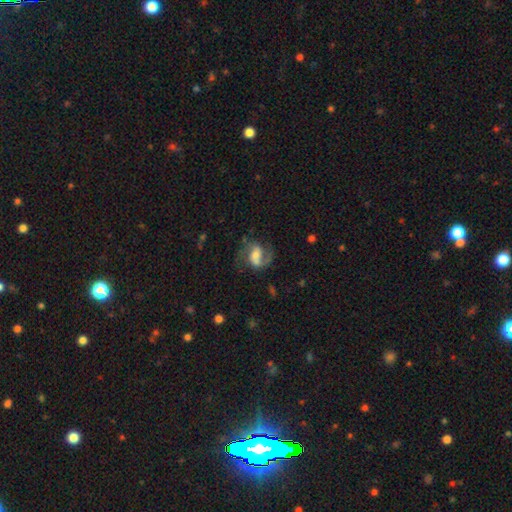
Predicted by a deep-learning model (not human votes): Smooth or featured? Predicted: featured or disk (p=0.76). Edge-on disk? Predicted: no (p=0.97). Bar? Predicted: weak (p=0.44). Spiral arms? Predicted: yes (p=0.92). Spiral winding? Predicted: medium (p=0.49). Spiral arm count? Predicted: 2 (p=0.75). Bulge size? Predicted: moderate (p=0.44). Merging? Predicted: none (p=0.59).